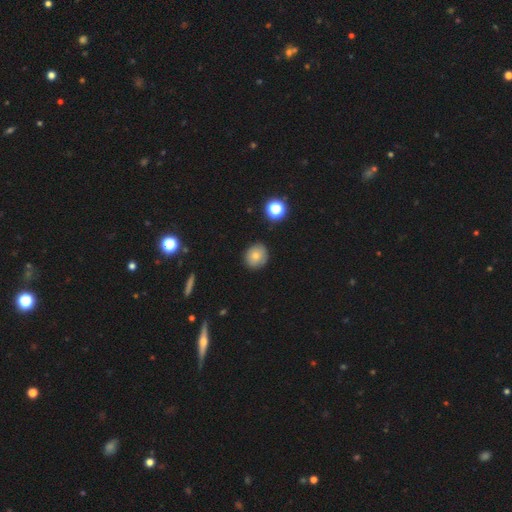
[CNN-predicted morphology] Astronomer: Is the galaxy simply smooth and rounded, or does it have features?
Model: smooth — 75%.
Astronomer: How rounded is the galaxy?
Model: round — 76%.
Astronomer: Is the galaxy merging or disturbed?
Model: none — 86%.